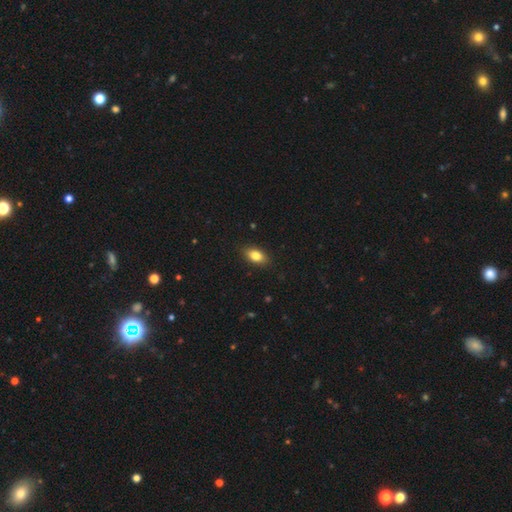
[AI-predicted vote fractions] Q: Smooth or featured?
A: smooth (82%); runner-up: featured or disk (10%)
Q: How rounded?
A: in between (87%); runner-up: round (9%)
Q: Merging?
A: none (87%); runner-up: minor disturbance (10%)